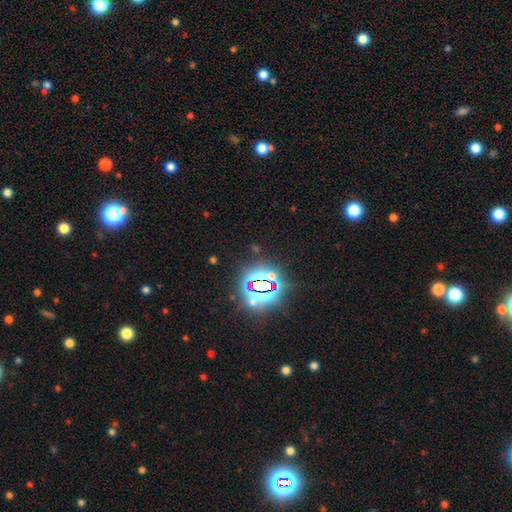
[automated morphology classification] Smooth or featured? Predicted: star or artifact (p=0.82).